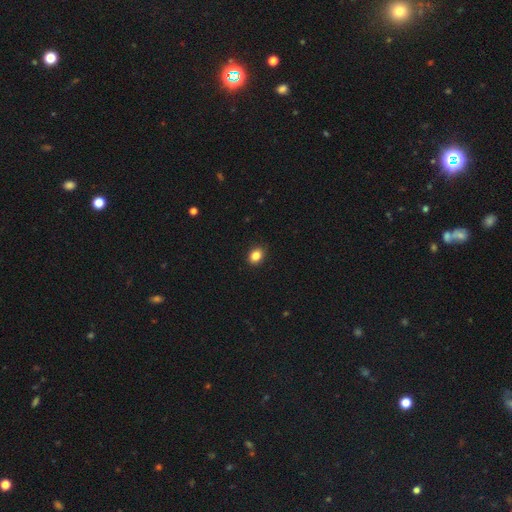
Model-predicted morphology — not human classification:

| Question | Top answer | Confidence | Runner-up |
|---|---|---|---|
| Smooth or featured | smooth | 85% | star or artifact (10%) |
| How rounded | in between | 53% | round (46%) |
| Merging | none | 90% | minor disturbance (7%) |